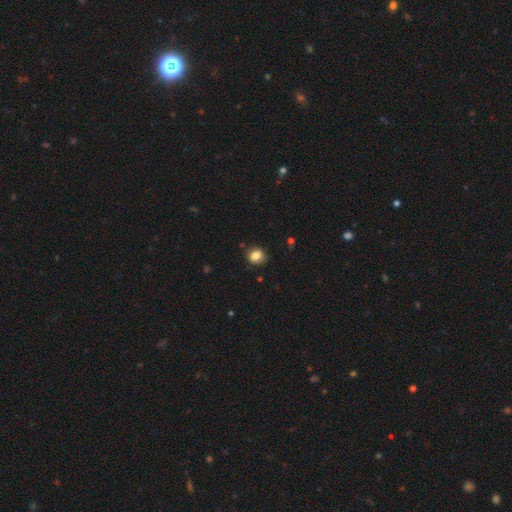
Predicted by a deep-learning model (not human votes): A smooth galaxy with no disk features (84%) that is round (70%). Merging: none (85%).